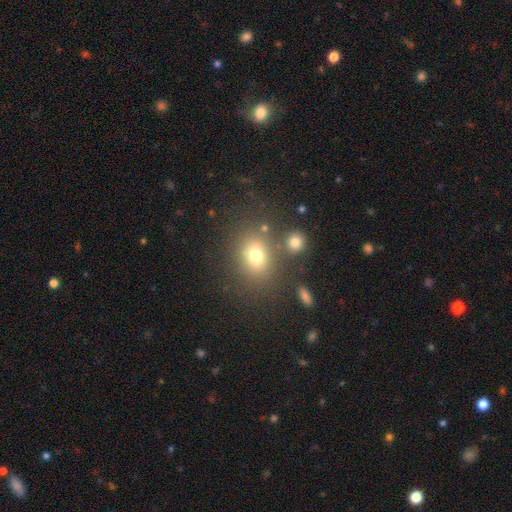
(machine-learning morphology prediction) Smooth or featured? smooth (73%)
How rounded? in between (50%)
Merging? none (73%)